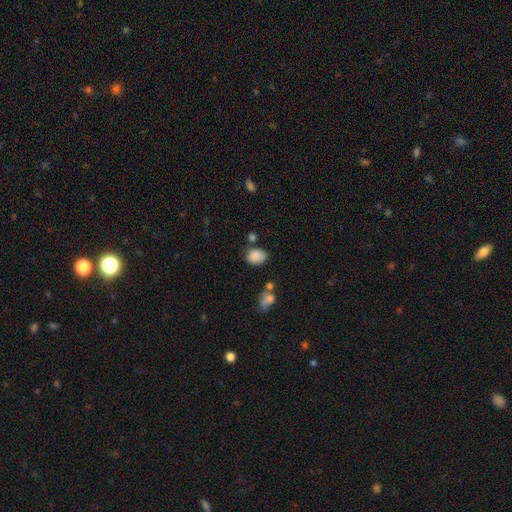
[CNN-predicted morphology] The model was most divided on "how rounded": in between: 65%, round: 34%, cigar-shaped: 1%. More confident: smooth or featured — smooth (85%); merging — none (61%).